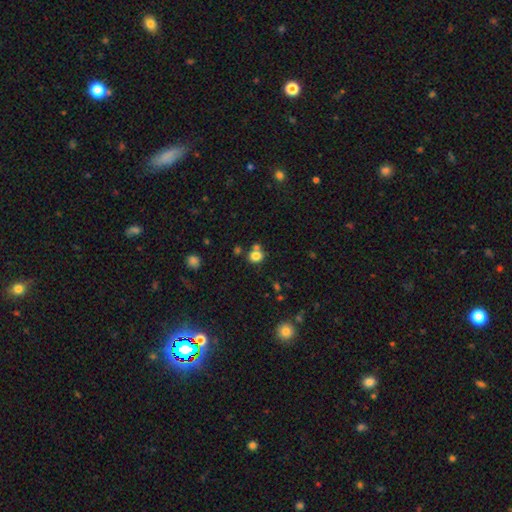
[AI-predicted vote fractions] Smooth or featured?
  - smooth: 81% *
  - star or artifact: 12%
  - featured or disk: 7%
How rounded?
  - round: 77% *
  - in between: 22%
  - cigar-shaped: 1%
Merging?
  - none: 62% *
  - merger: 23%
  - minor disturbance: 11%
  - major disturbance: 4%